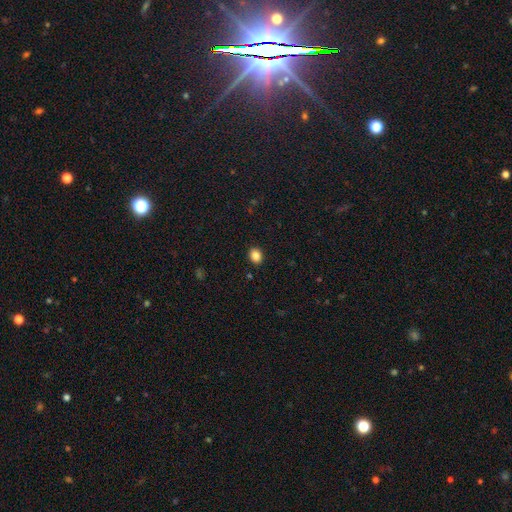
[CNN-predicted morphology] Smooth or featured? smooth (87%)
How rounded? in between (52%)
Merging? none (90%)